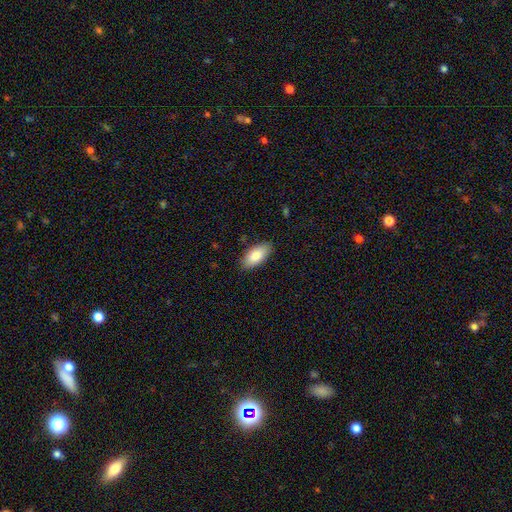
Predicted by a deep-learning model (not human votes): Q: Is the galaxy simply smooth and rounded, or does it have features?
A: smooth — 85%.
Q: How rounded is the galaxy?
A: in between — 93%.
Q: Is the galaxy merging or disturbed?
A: none — 86%.